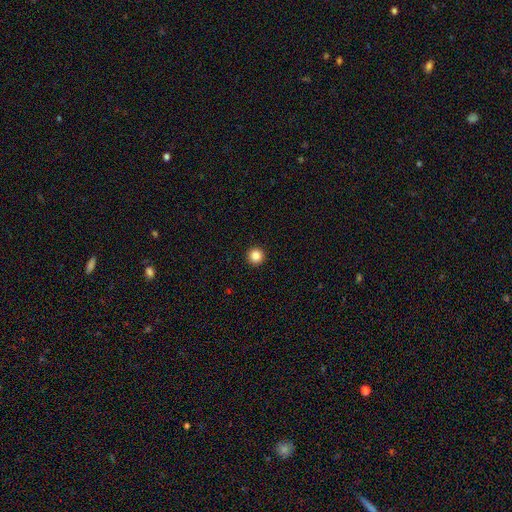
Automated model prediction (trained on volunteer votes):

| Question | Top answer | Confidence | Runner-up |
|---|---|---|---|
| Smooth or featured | smooth | 87% | star or artifact (10%) |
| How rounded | round | 96% | in between (3%) |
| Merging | none | 94% | minor disturbance (4%) |